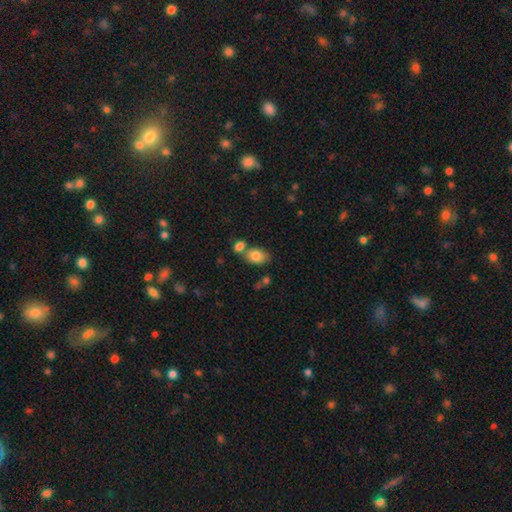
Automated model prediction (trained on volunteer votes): Smooth or featured: smooth — 83% (featured or disk — 9%)
How rounded: in between — 79% (round — 19%)
Merging: none — 49% (merger — 34%)